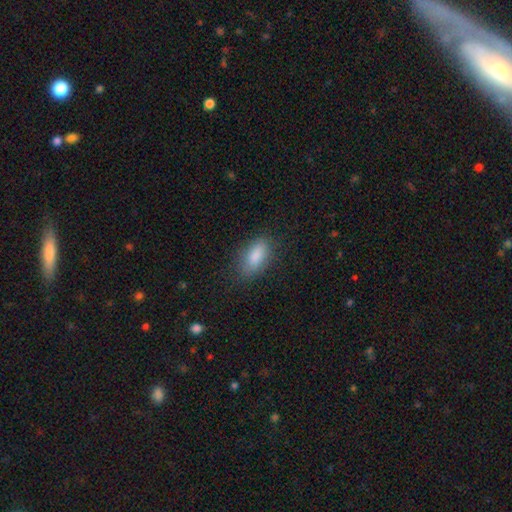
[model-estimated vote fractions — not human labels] This is clearly a smooth galaxy (84%). How rounded: clearly in between (84%). Merging: likely none (80%).